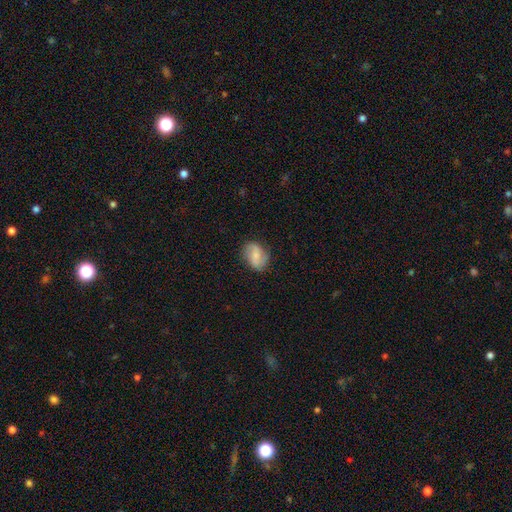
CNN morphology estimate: smooth_or_featured: smooth (p=0.50) [alt: featured or disk p=0.43]
merging: none (p=0.75) [alt: minor disturbance p=0.18]